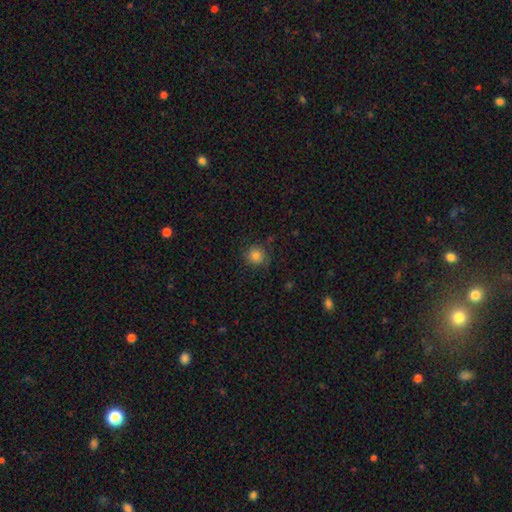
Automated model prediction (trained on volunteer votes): This appears to be a smooth galaxy with no disk features (79%) that is round (89%). Merging: none (78%).